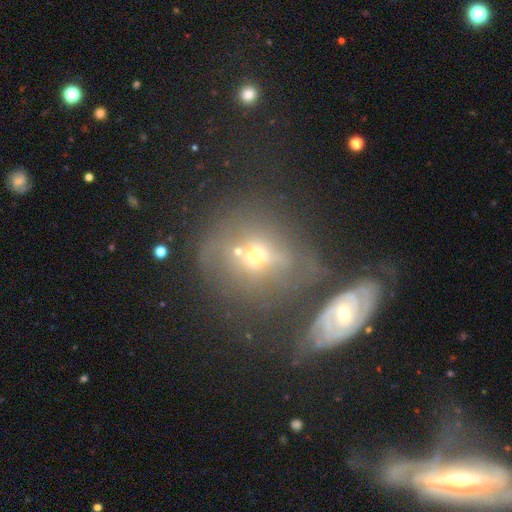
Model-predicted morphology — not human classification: smooth_or_featured: smooth (p=0.42) [alt: featured or disk p=0.41]
merging: none (p=0.42) [alt: merger p=0.36]